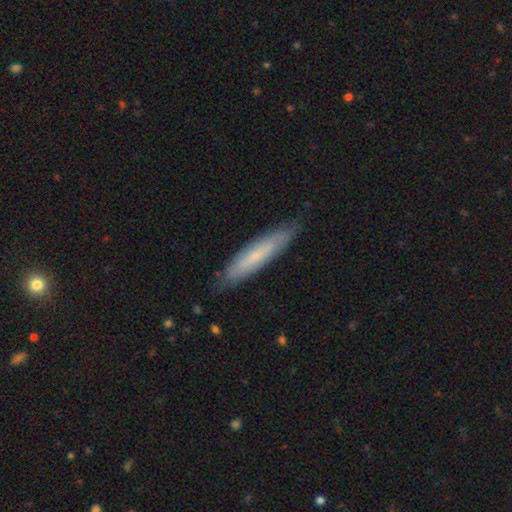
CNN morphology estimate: A smooth galaxy with no disk features (55%) that is cigar-shaped (83%). Merging: none (82%).